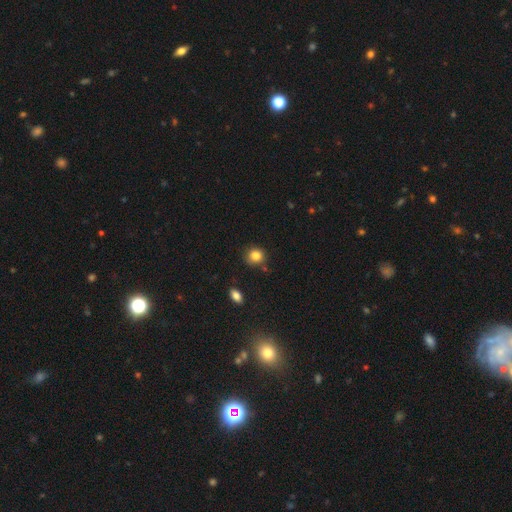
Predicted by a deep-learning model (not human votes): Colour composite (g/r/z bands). It shows a smooth galaxy with no disk features (84%) that is round (82%). Merging: none (77%).